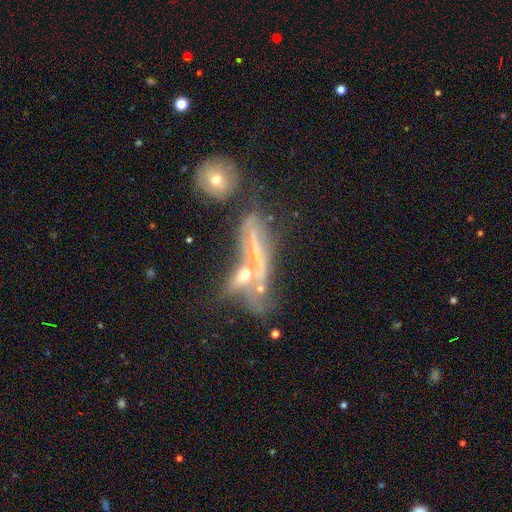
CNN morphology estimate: Smooth or featured: featured or disk — 67% (smooth — 21%)
Edge-on disk: yes — 55% (no — 45%)
Merging: merger — 38% (none — 29%)